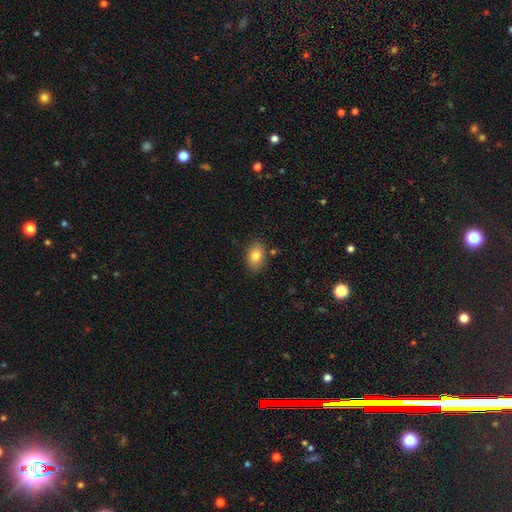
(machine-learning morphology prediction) smooth_or_featured: smooth (p=0.82) [alt: featured or disk p=0.10]
how_rounded: in between (p=0.83) [alt: round p=0.16]
merging: none (p=0.82) [alt: minor disturbance p=0.12]